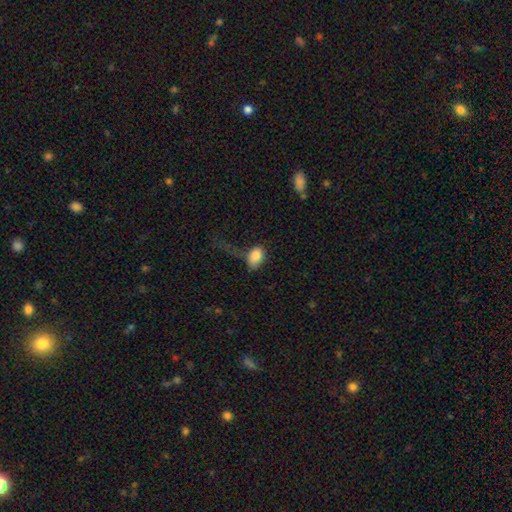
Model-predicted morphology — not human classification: smooth_or_featured: smooth (p=0.85) [alt: star or artifact p=0.08]
how_rounded: in between (p=0.85) [alt: round p=0.13]
merging: none (p=0.36) [alt: major disturbance p=0.33]